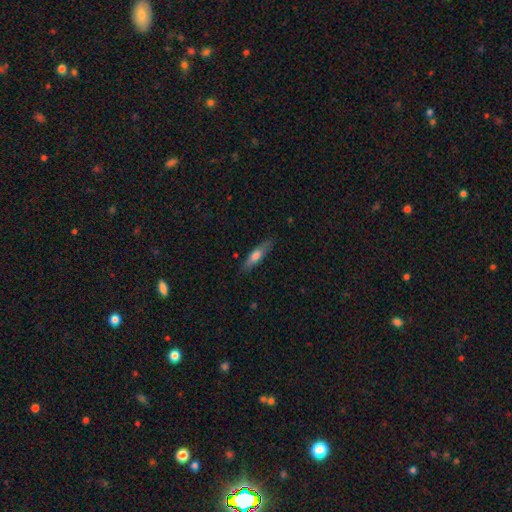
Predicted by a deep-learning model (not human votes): Overall: smooth (64%; featured or disk 30%). How rounded: cigar-shaped (70%). Merging: none (82%).